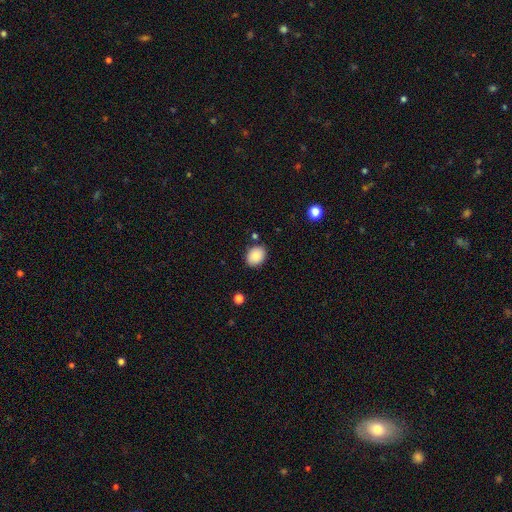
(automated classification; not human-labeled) Q: Smooth or featured?
A: smooth (86%); runner-up: star or artifact (8%)
Q: How rounded?
A: in between (60%); runner-up: round (40%)
Q: Merging?
A: none (83%); runner-up: minor disturbance (11%)